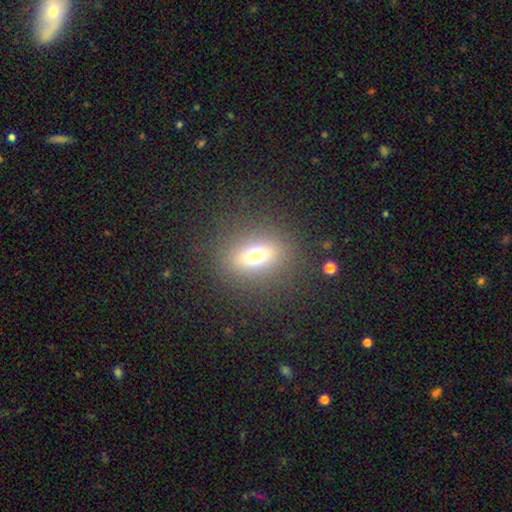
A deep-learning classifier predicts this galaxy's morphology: smooth 65%, featured or disk 17%, star or artifact 17%. Down the decision tree: how rounded — in between (56%); merging — none (83%).